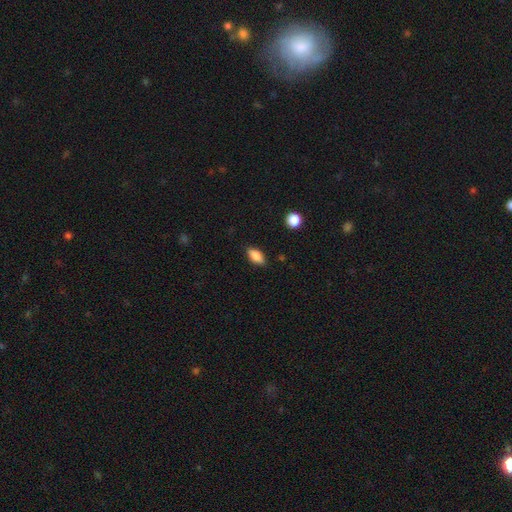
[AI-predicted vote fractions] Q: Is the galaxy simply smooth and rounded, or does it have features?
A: smooth — 81%.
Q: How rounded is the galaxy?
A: in between — 85%.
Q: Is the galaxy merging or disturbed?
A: none — 83%.